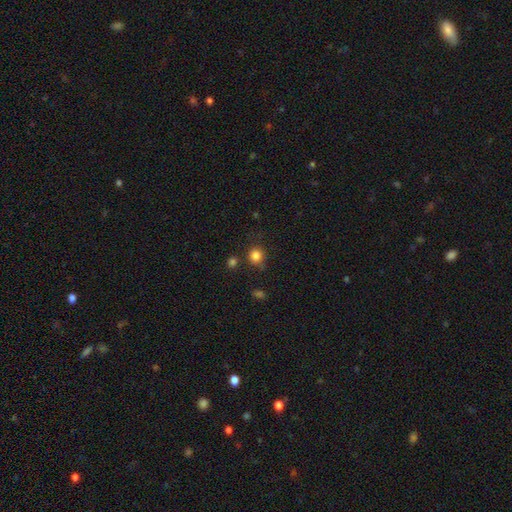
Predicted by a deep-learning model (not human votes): This appears to be a smooth galaxy with no disk features (83%) that is round (90%). Merging: none (79%).